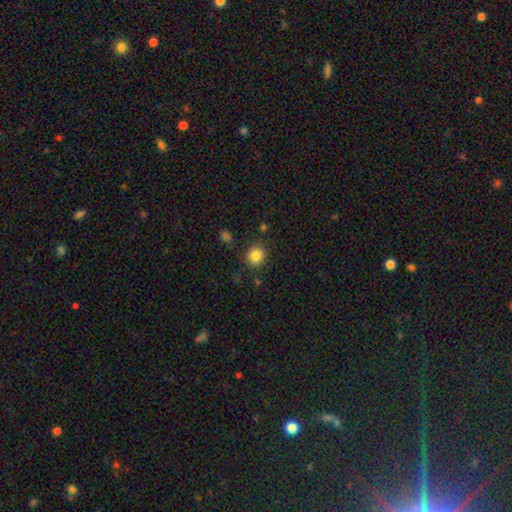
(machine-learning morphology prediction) smooth-or-featured: smooth: 85% | star or artifact: 10% | featured or disk: 5%
  how-rounded: round: 86% | in between: 13% | cigar-shaped: 1%
  merging: none: 83% | minor disturbance: 11% | major disturbance: 3% | merger: 3%